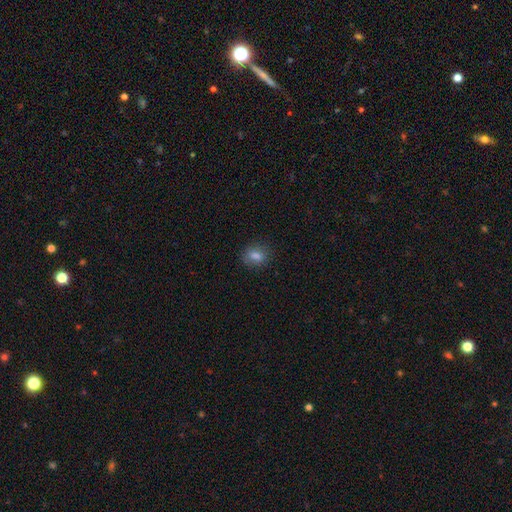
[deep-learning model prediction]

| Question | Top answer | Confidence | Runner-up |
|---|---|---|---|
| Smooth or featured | smooth | 79% | star or artifact (12%) |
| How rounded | in between | 53% | round (45%) |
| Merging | none | 83% | minor disturbance (12%) |